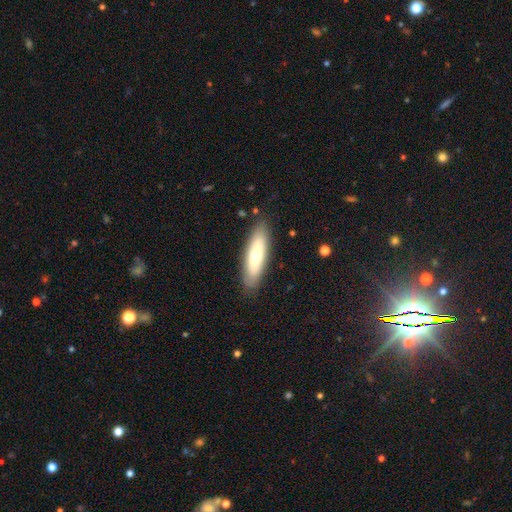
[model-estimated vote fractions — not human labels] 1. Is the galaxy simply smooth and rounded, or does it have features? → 61% smooth, 33% featured or disk, 6% star or artifact.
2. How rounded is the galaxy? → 50% cigar-shaped, 48% in between, 2% round.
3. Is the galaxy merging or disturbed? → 87% none, 10% minor disturbance, 2% major disturbance, 1% merger.